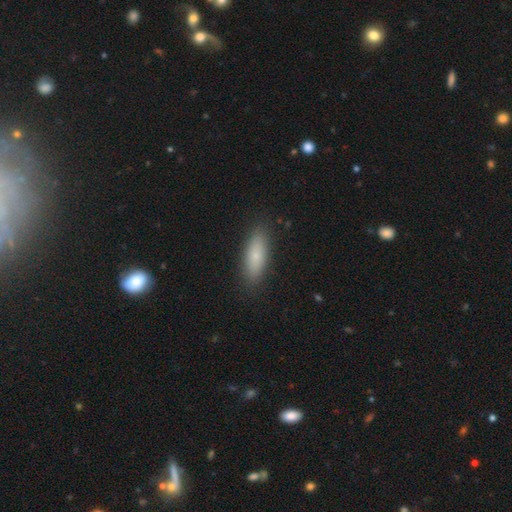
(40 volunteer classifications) Morphology: type=smooth (85%); roundness=in between (50%, tied with cigar-shaped); merging=none (100%).